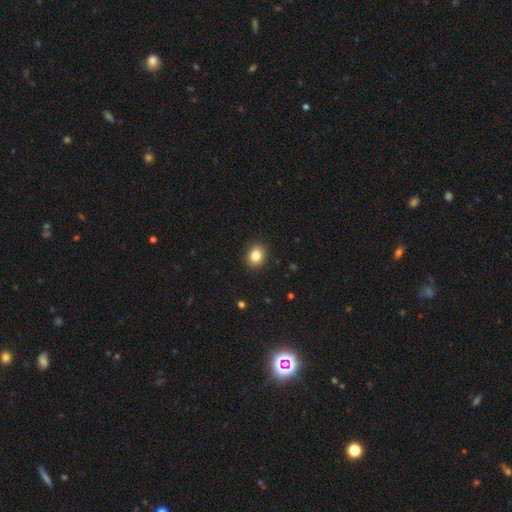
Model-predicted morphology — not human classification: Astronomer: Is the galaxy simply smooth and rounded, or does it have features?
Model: smooth — 84%.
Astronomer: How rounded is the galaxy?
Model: round — 65%.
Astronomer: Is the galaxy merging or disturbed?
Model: none — 90%.